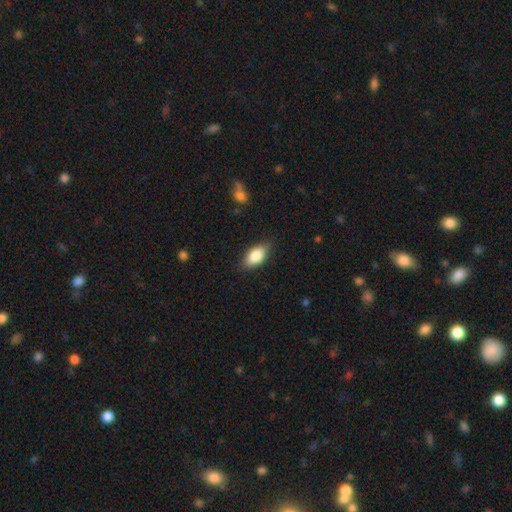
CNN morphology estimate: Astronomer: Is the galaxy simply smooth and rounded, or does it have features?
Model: smooth — 81%.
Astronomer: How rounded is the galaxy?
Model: in between — 88%.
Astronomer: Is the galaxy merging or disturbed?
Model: none — 83%.